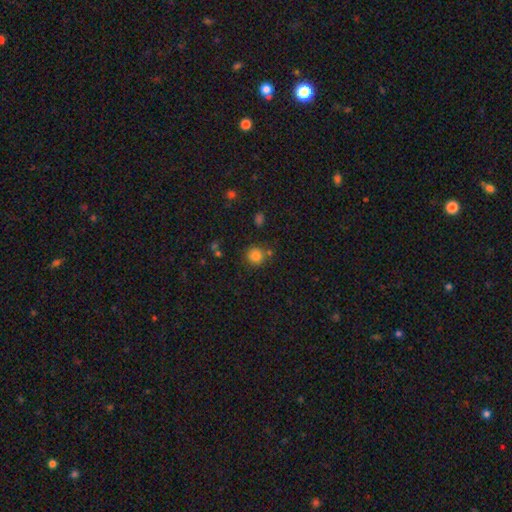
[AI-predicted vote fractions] Smooth or featured? smooth (82%)
How rounded? round (91%)
Merging? none (78%)